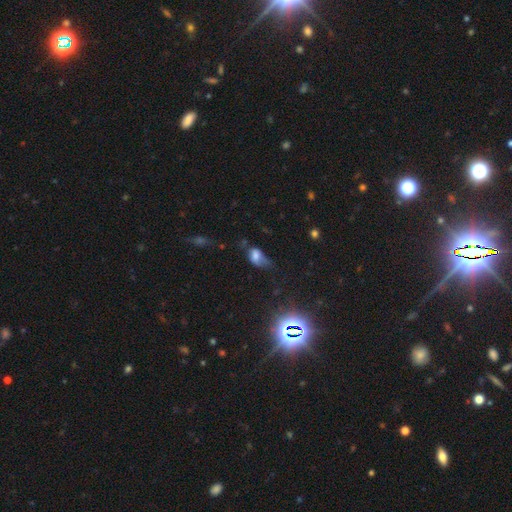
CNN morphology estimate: Overall: smooth (64%). How rounded: in between (83%). Merging: minor disturbance (35%; major disturbance 32%).